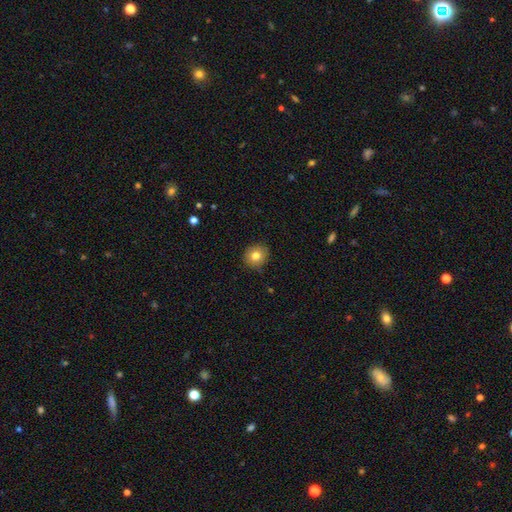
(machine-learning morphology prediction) Smooth or featured? smooth (80%)
How rounded? round (86%)
Merging? none (87%)